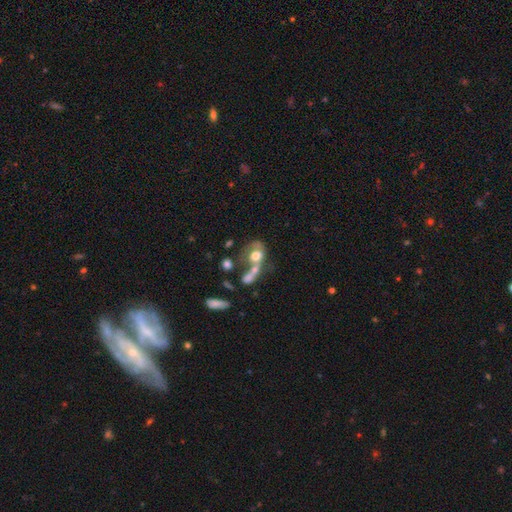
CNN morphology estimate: A smooth galaxy with no disk features (52%) that is in between round and cigar-shaped (61%).

Vote fractions:
- Smooth or featured? smooth: 52% / featured or disk: 38% / star or artifact: 11%
- How rounded? in between: 61% / round: 36% / cigar-shaped: 3%
- Merging? merger: 54% / major disturbance: 19% / none: 17% / minor disturbance: 10%